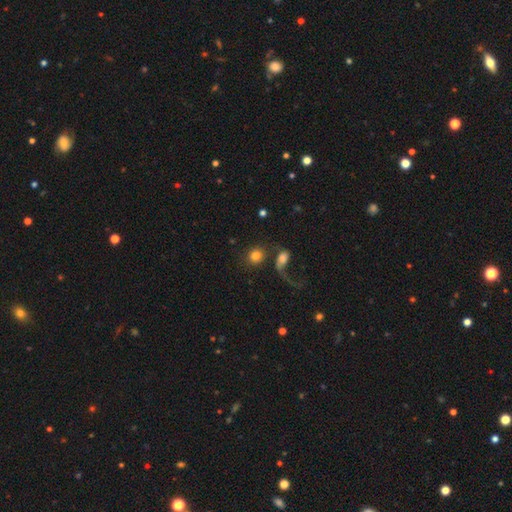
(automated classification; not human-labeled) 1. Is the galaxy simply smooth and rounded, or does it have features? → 76% smooth, 15% featured or disk, 9% star or artifact.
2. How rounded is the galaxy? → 83% round, 16% in between, 1% cigar-shaped.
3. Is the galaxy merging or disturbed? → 53% none, 25% merger, 13% major disturbance, 9% minor disturbance.